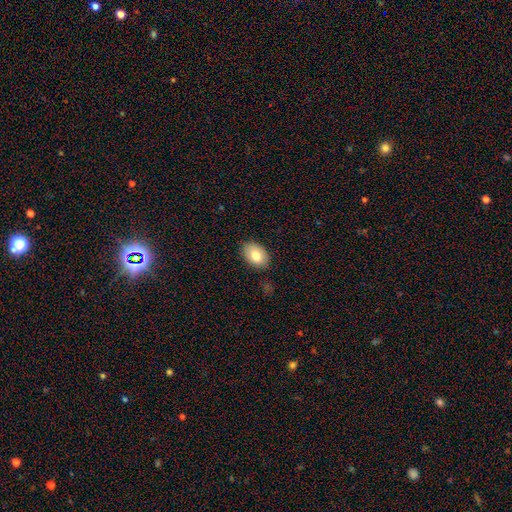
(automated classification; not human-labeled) This is likely a smooth galaxy (80%). How rounded: clearly in between (86%). Merging: clearly none (86%).